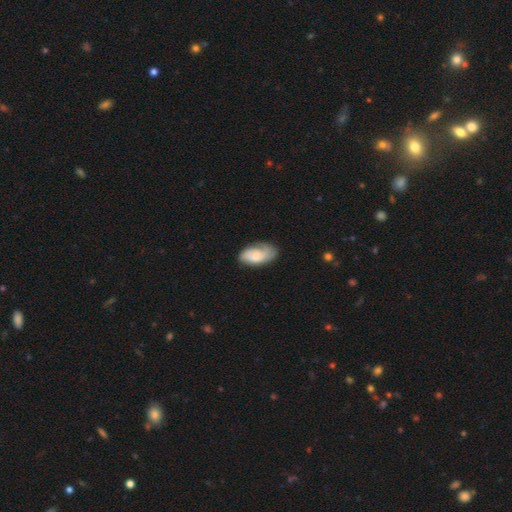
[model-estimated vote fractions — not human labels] smooth 53%, featured or disk 40%, star or artifact 7%. Down the decision tree: how rounded — in between (93%); merging — none (59%).